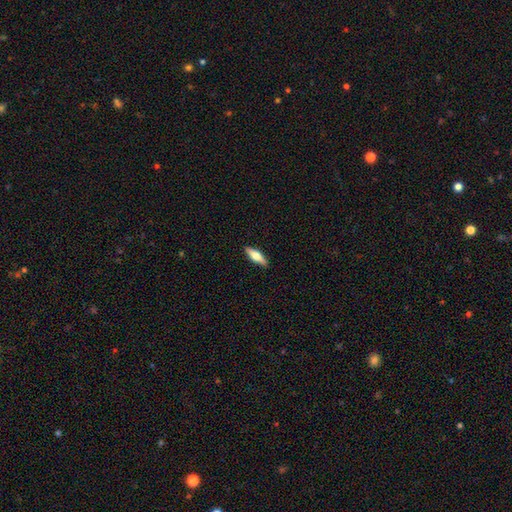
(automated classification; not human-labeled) A smooth galaxy with no disk features (49%).

Vote fractions:
- Smooth or featured? smooth: 49% / featured or disk: 45% / star or artifact: 6%
- Merging? none: 90% / minor disturbance: 7% / major disturbance: 2% / merger: 1%